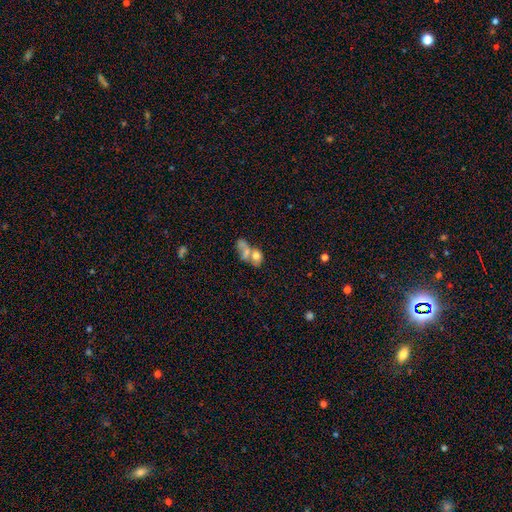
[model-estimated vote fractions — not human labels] This is likely a smooth galaxy (65%). How rounded: likely in between (67%). Merging: likely merger (65%).